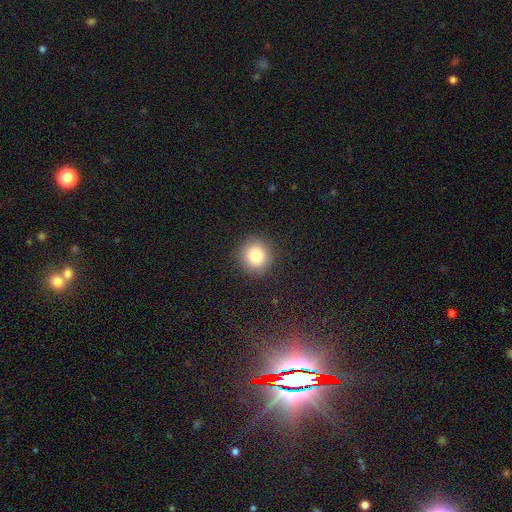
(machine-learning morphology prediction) smooth 84%, star or artifact 10%, featured or disk 6%. Down the decision tree: how rounded — round (91%); merging — none (90%).